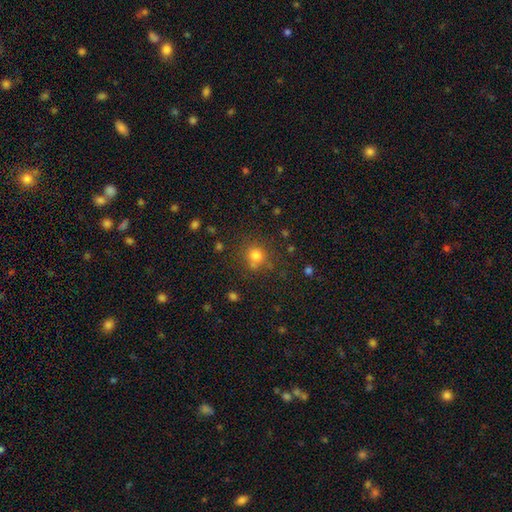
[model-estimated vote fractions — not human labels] Smooth or featured?
  - smooth: 76% *
  - star or artifact: 16%
  - featured or disk: 7%
How rounded?
  - round: 87% *
  - in between: 12%
  - cigar-shaped: 1%
Merging?
  - none: 71% *
  - minor disturbance: 13%
  - merger: 10%
  - major disturbance: 5%